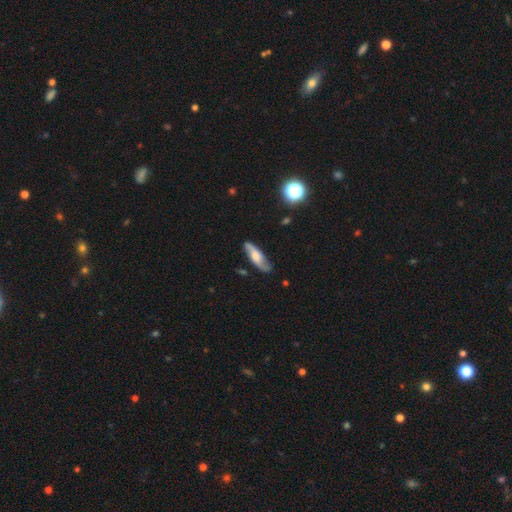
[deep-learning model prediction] Q: Smooth or featured?
A: featured or disk (58%); runner-up: smooth (35%)
Q: Edge-on disk?
A: no (70%); runner-up: yes (30%)
Q: Merging?
A: none (80%); runner-up: minor disturbance (15%)